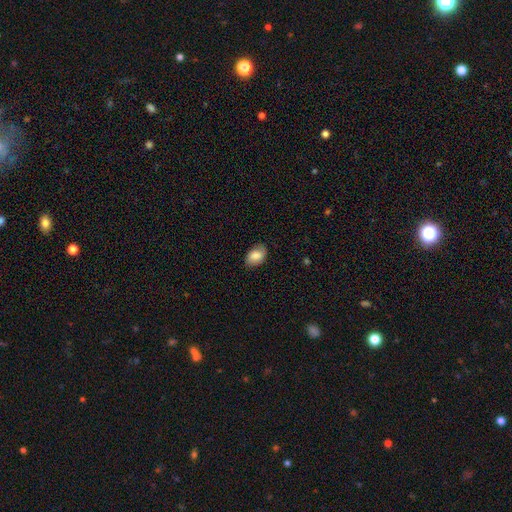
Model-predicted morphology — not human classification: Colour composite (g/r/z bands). It shows a smooth galaxy with no disk features (76%) that is in between round and cigar-shaped (88%). Merging: none (76%).